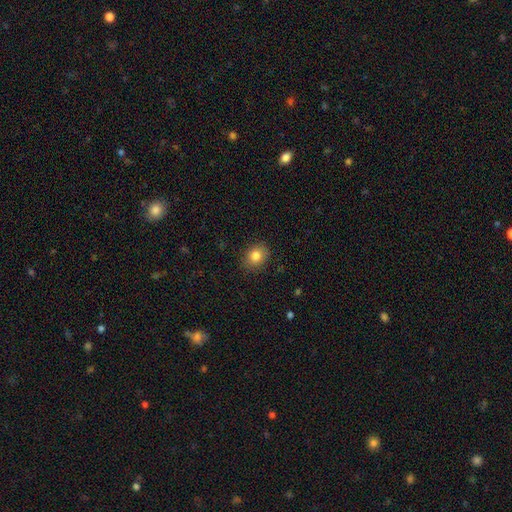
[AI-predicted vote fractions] Q: Smooth or featured?
A: smooth (83%); runner-up: star or artifact (10%)
Q: How rounded?
A: round (55%); runner-up: in between (44%)
Q: Merging?
A: none (86%); runner-up: minor disturbance (11%)